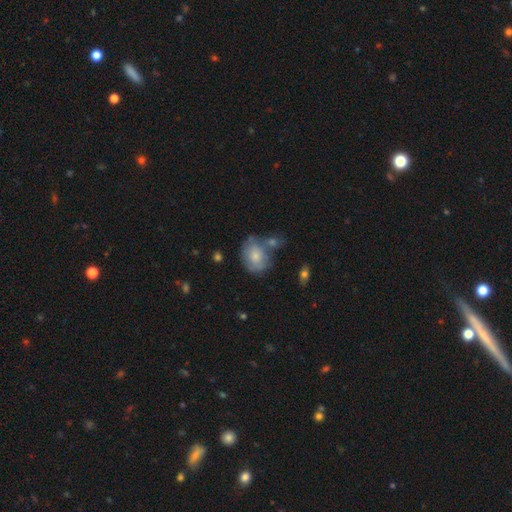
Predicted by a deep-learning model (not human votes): This appears to be a smooth galaxy with no disk features (69%) that is in between round and cigar-shaped (60%). Merging: none (43%).